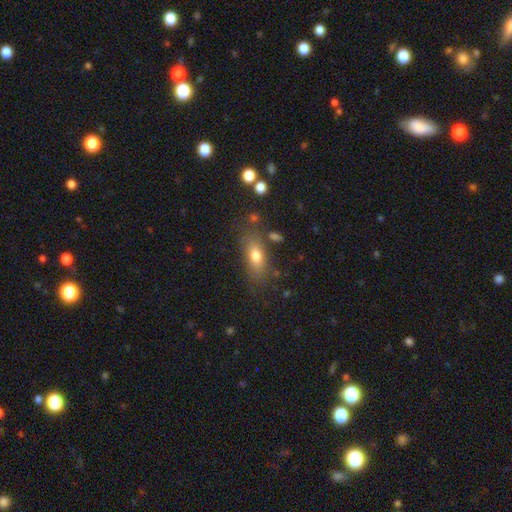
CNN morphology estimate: This appears to be a smooth galaxy with no disk features (74%) that is in between round and cigar-shaped (76%). Merging: none (72%).